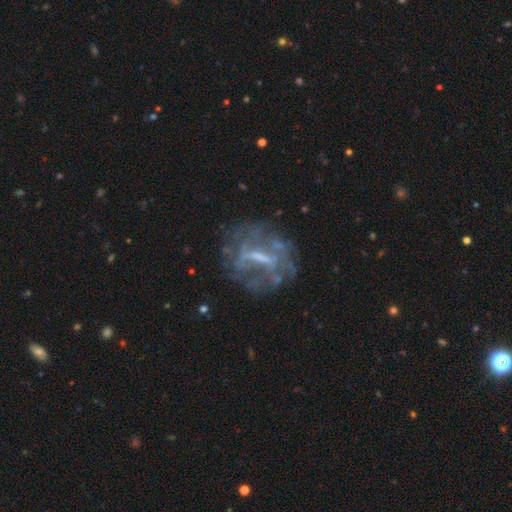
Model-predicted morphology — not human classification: This appears to be a featured or disk galaxy (66%) with a weak bar (39%), no spiral arms (64%) and a small central bulge (40%). Merging: none (68%).